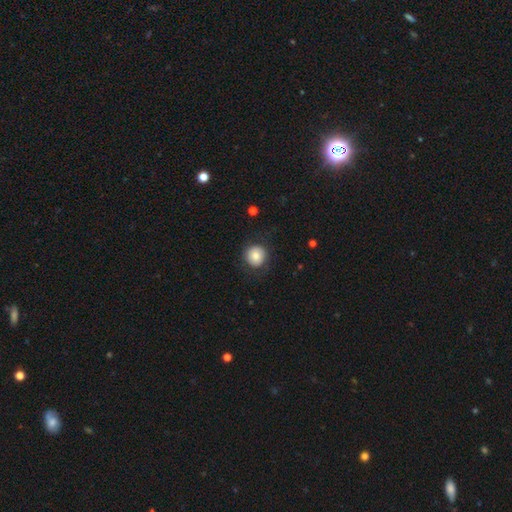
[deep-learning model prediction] Smooth or featured? Predicted: smooth (p=0.77). How rounded? Predicted: round (p=0.93). Merging? Predicted: none (p=0.80).